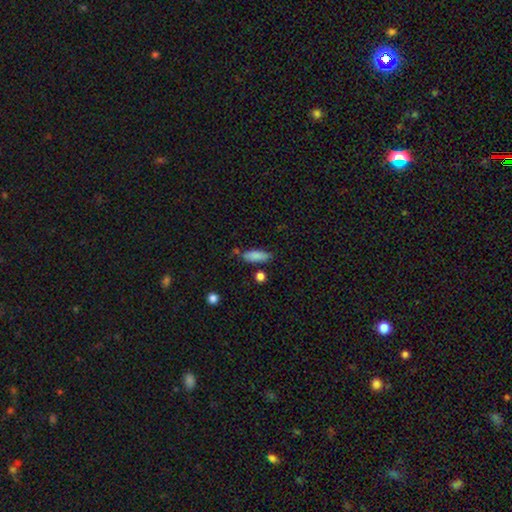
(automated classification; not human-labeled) Smooth or featured: smooth — 85% (featured or disk — 8%)
How rounded: in between — 63% (cigar-shaped — 35%)
Merging: none — 72% (minor disturbance — 17%)